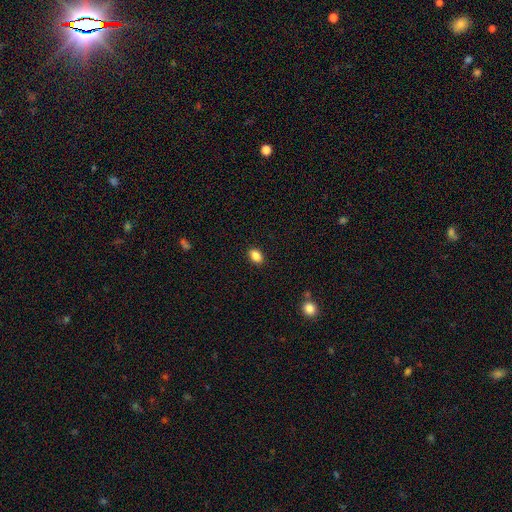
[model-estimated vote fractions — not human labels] Smooth or featured? Predicted: smooth (p=0.87). How rounded? Predicted: in between (p=0.83). Merging? Predicted: none (p=0.90).